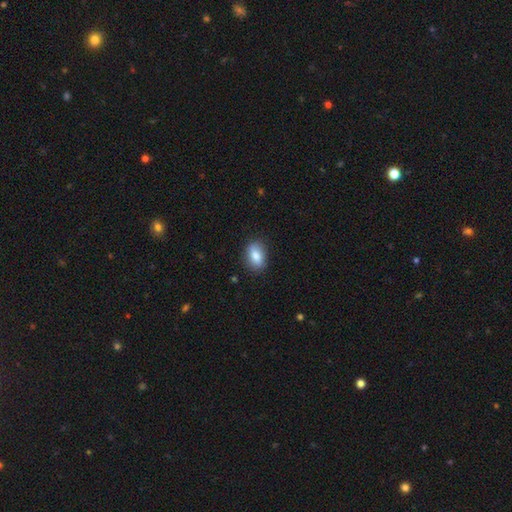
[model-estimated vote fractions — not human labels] Smooth or featured? smooth (84%)
How rounded? in between (83%)
Merging? none (83%)